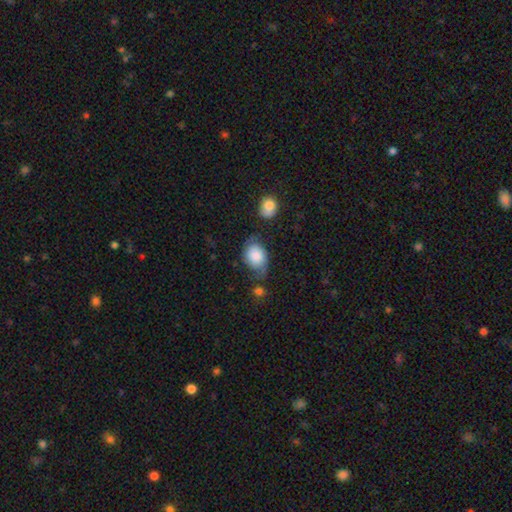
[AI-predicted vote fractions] Smooth or featured? Predicted: smooth (p=0.68). How rounded? Predicted: in between (p=0.64). Merging? Predicted: none (p=0.45).